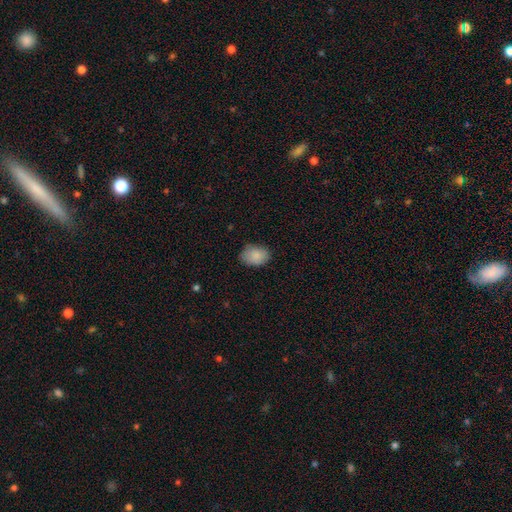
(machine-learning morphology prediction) Q: Smooth or featured?
A: smooth (87%); runner-up: star or artifact (7%)
Q: How rounded?
A: in between (77%); runner-up: round (22%)
Q: Merging?
A: none (78%); runner-up: minor disturbance (18%)